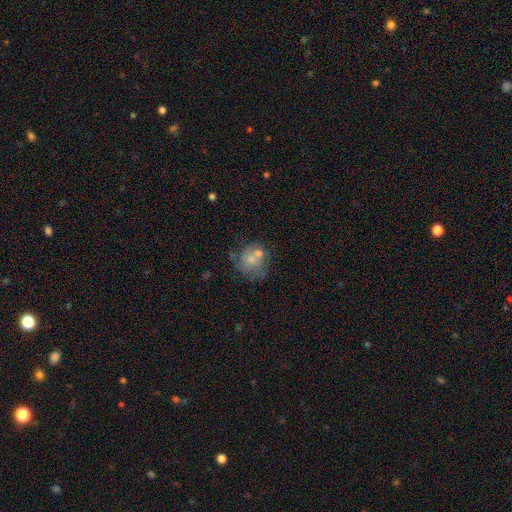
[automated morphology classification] A smooth galaxy with no disk features (52%) that is round (67%). Merging: none (38%).